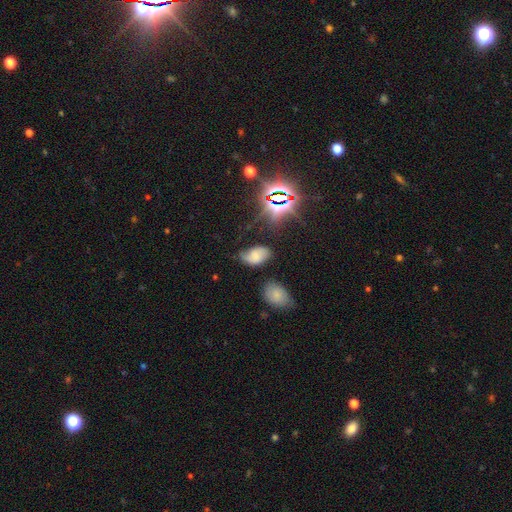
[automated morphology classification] This appears to be a smooth galaxy with no disk features (53%) that is in between round and cigar-shaped (89%). Merging: none (53%).